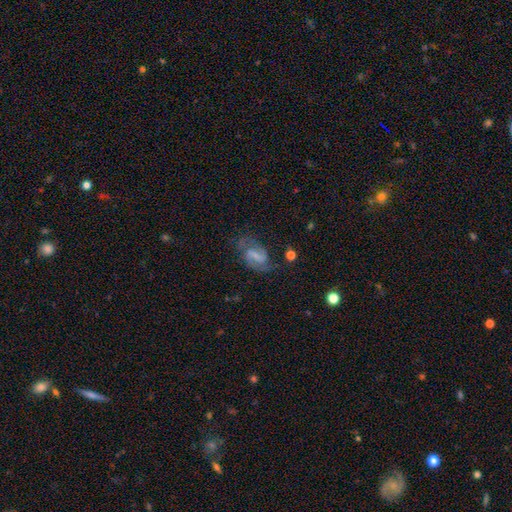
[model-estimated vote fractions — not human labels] This is likely a featured or disk galaxy (77%). It is clearly not viewed edge-on (97%). Bar: marginally weak (43%). Spiral arm pattern: clearly yes (93%). Spiral arm count: clearly 2 (89%). Spiral winding: possibly medium (51%). Central bulge: possibly none (52%). Merging: likely none (69%).